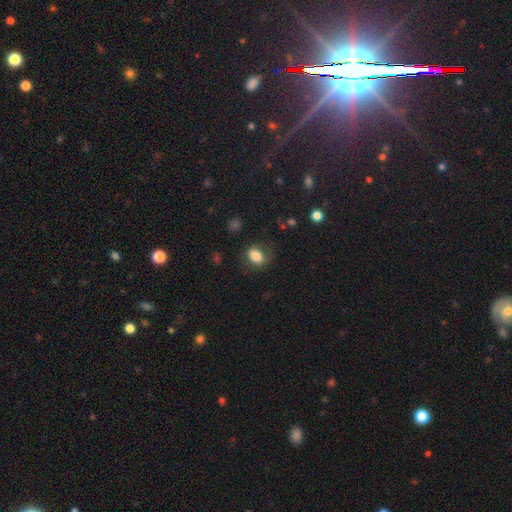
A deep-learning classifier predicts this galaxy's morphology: A smooth galaxy with no disk features (79%) that is in between round and cigar-shaped (74%). Merging: none (71%).